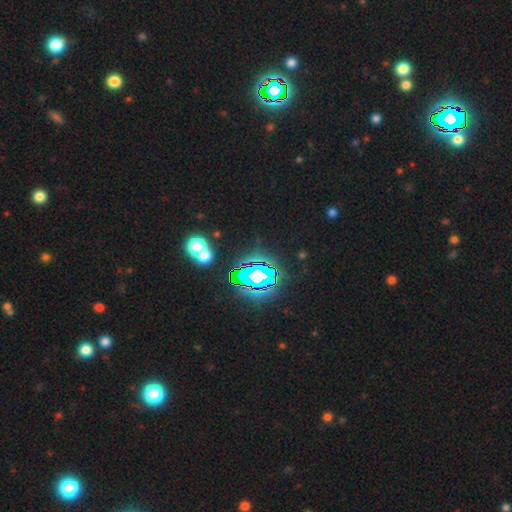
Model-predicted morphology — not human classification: Overall: star or artifact (82%).